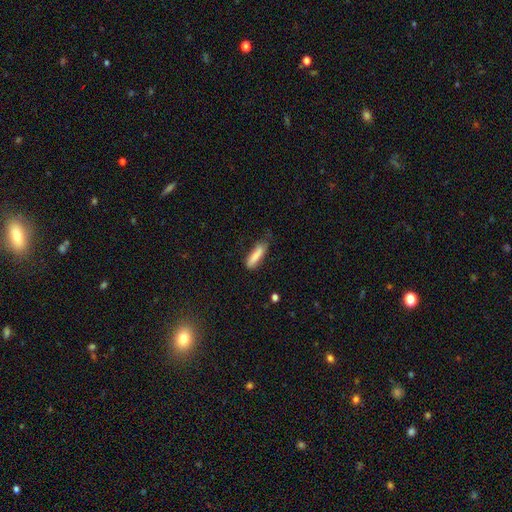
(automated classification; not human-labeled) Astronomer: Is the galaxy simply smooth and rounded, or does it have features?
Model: smooth — 81%.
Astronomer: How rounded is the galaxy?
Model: cigar-shaped — 68%.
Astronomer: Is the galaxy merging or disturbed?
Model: none — 54% (runner-up: minor disturbance, 33%).